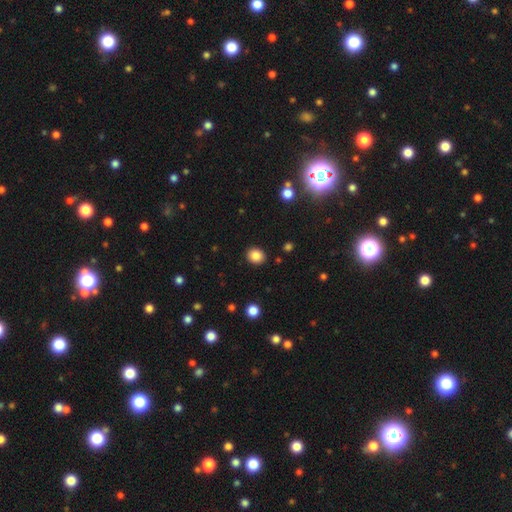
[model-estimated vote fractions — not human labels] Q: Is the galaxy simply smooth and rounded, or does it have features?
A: smooth — 85%.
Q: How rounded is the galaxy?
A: round — 69%.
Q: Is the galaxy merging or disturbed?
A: none — 90%.